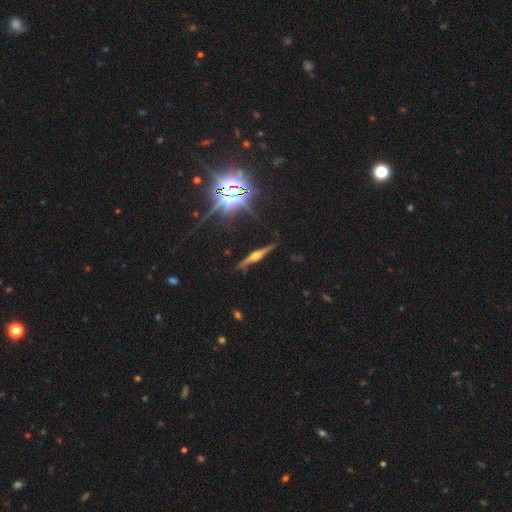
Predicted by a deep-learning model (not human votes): Smooth or featured? Predicted: featured or disk (p=0.75). Edge-on disk? Predicted: yes (p=0.94). Edge-on bulge? Predicted: rounded (p=0.89). Merging? Predicted: none (p=0.80).